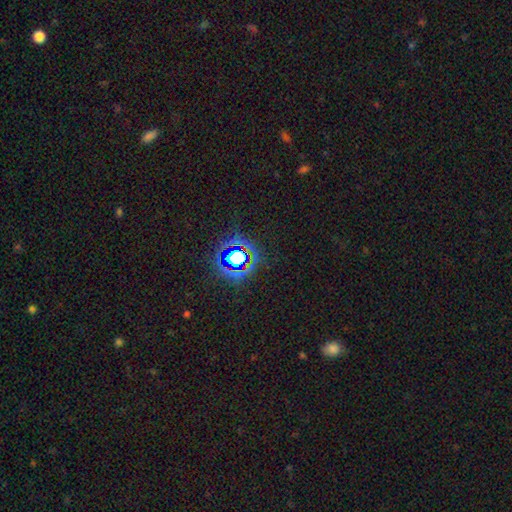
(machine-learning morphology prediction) A star or artifact, not a galaxy (79%).